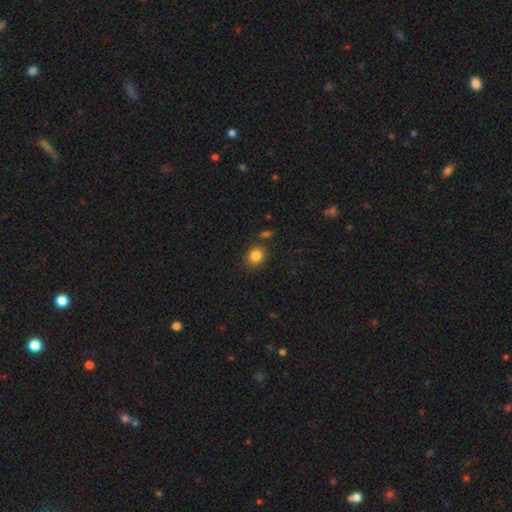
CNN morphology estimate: Smooth or featured?
  - smooth: 84% *
  - star or artifact: 10%
  - featured or disk: 6%
How rounded?
  - round: 74% *
  - in between: 25%
  - cigar-shaped: 1%
Merging?
  - none: 80% *
  - minor disturbance: 11%
  - merger: 6%
  - major disturbance: 3%